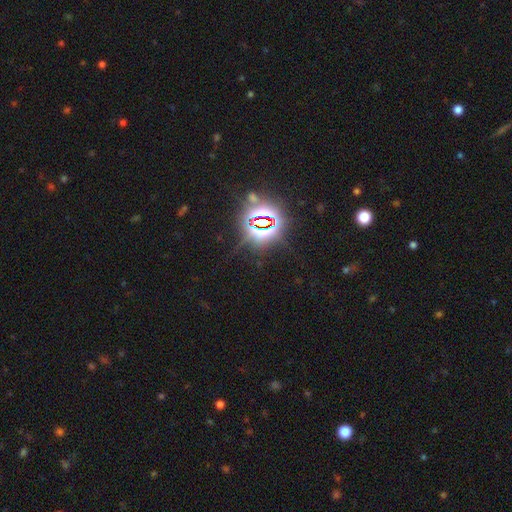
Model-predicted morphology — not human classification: Overall: star or artifact (83%).